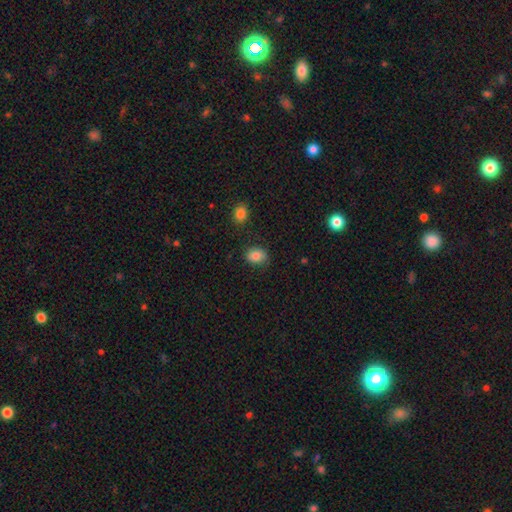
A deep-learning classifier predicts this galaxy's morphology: smooth 83%, star or artifact 9%, featured or disk 7%. Down the decision tree: how rounded — in between (59%); merging — none (77%).